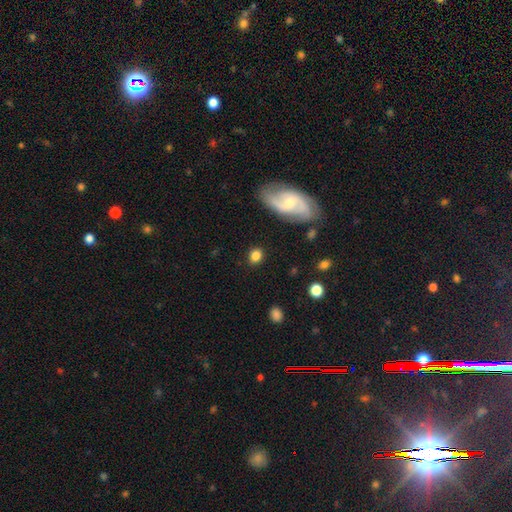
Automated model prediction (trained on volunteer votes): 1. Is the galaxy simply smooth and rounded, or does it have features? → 79% smooth, 12% featured or disk, 9% star or artifact.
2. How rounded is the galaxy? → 63% round, 35% in between, 2% cigar-shaped.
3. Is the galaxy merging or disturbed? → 84% none, 10% minor disturbance, 4% major disturbance, 3% merger.